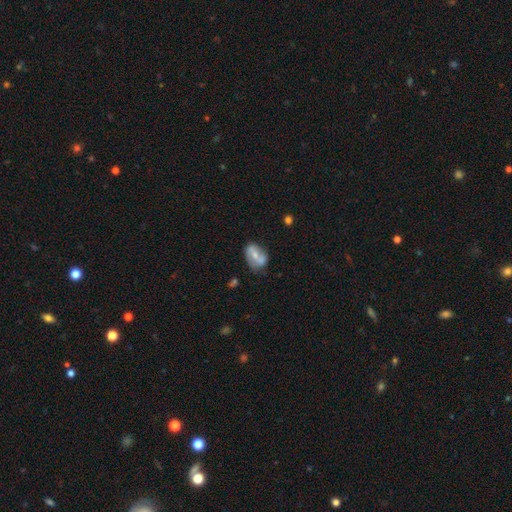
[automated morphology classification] featured or disk 56%, smooth 37%, star or artifact 7%. Down the decision tree: edge-on disk — no (96%); bar — no (40%); spiral arms — yes (70%); bulge size — moderate (50%); merging — none (53%).